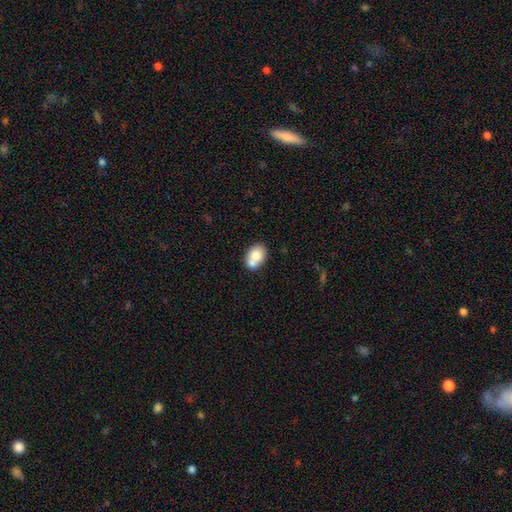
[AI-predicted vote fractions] smooth-or-featured: smooth: 75% | featured or disk: 17% | star or artifact: 8%
  how-rounded: in between: 66% | round: 33% | cigar-shaped: 1%
  merging: none: 44% | merger: 39% | minor disturbance: 13% | major disturbance: 4%